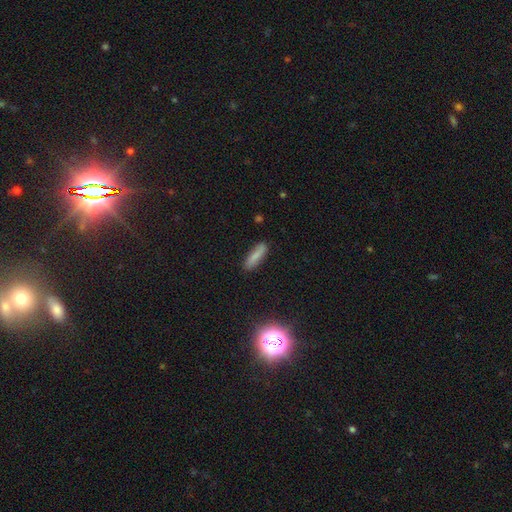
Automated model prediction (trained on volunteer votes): Overall: smooth (80%). How rounded: cigar-shaped (65%; in between 33%). Merging: none (84%).